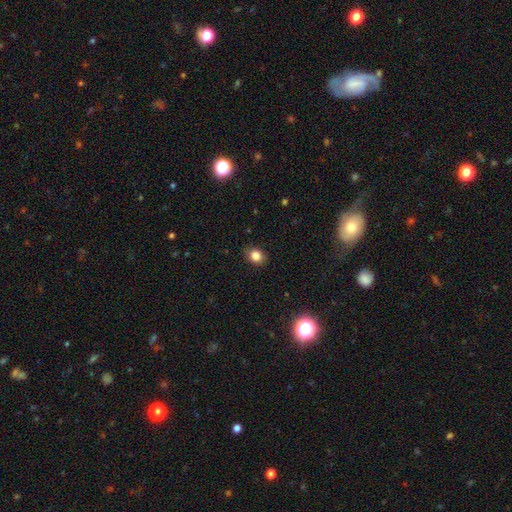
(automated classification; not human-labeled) Smooth or featured: smooth — 84% (star or artifact — 11%)
How rounded: round — 50% (in between — 49%)
Merging: none — 86% (minor disturbance — 11%)